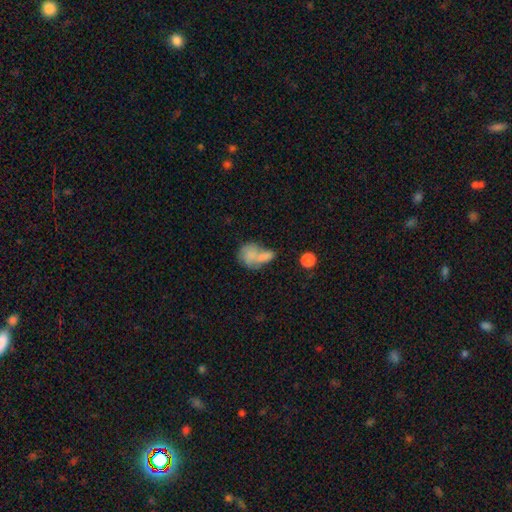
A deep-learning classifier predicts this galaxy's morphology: This appears to be a smooth galaxy with no disk features (63%) that is in between round and cigar-shaped (63%). Merging: merger (50%).